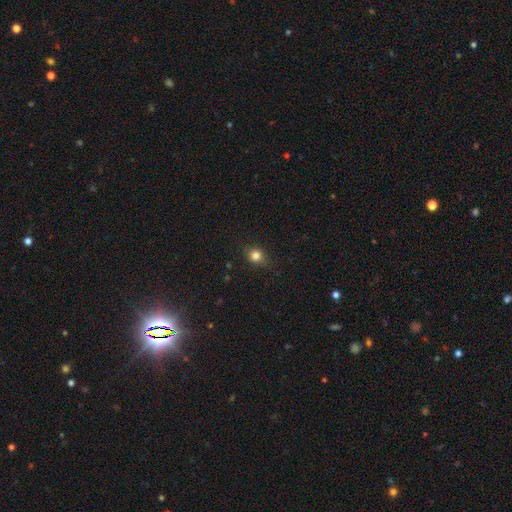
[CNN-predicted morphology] type=smooth (82%); roundness=round (69%); merging=none (83%).